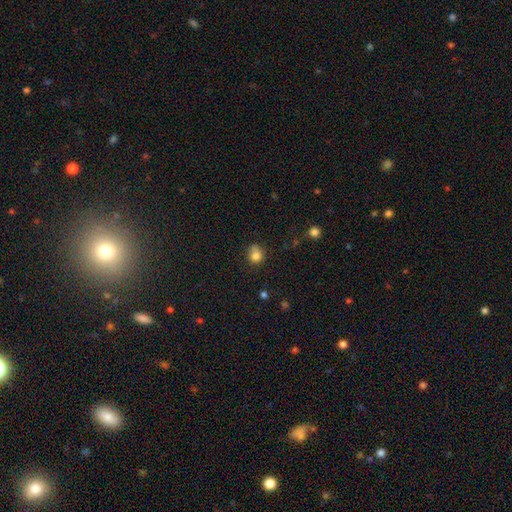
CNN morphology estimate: Smooth or featured? Predicted: smooth (p=0.81). How rounded? Predicted: round (p=0.68). Merging? Predicted: none (p=0.53).